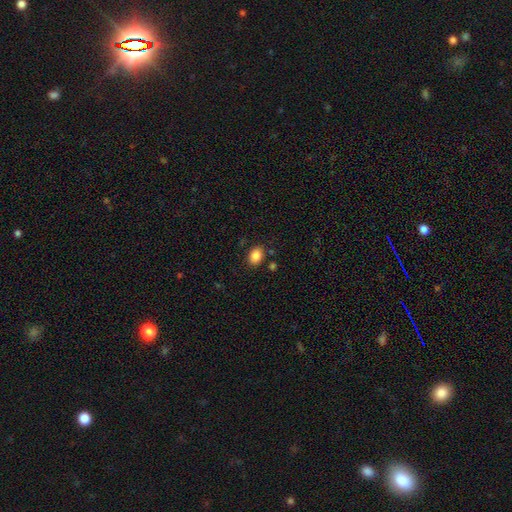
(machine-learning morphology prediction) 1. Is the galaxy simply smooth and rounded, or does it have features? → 86% smooth, 9% star or artifact, 5% featured or disk.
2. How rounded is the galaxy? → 71% in between, 28% round, 1% cigar-shaped.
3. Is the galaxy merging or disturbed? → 85% none, 10% minor disturbance, 3% merger, 3% major disturbance.